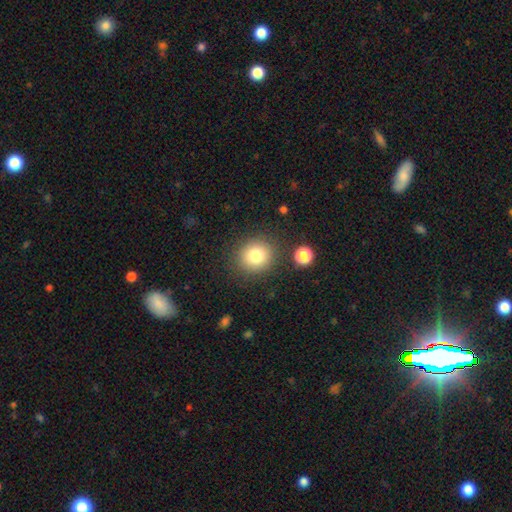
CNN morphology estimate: Smooth or featured?
  - smooth: 81% *
  - star or artifact: 11%
  - featured or disk: 8%
How rounded?
  - round: 83% *
  - in between: 16%
  - cigar-shaped: 1%
Merging?
  - none: 84% *
  - minor disturbance: 9%
  - major disturbance: 4%
  - merger: 3%